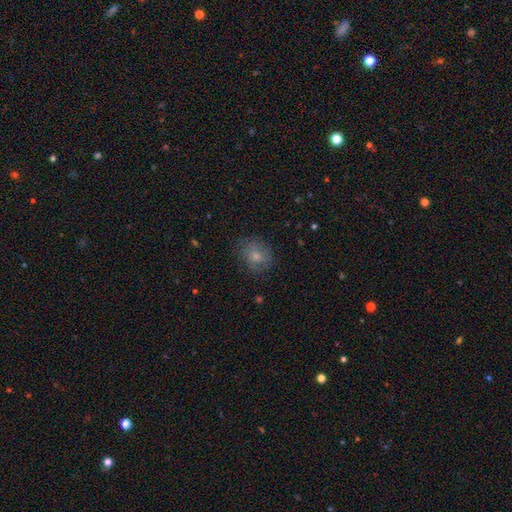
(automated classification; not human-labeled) smooth 61%, featured or disk 20%, star or artifact 19%. Down the decision tree: how rounded — round (71%); merging — none (80%).